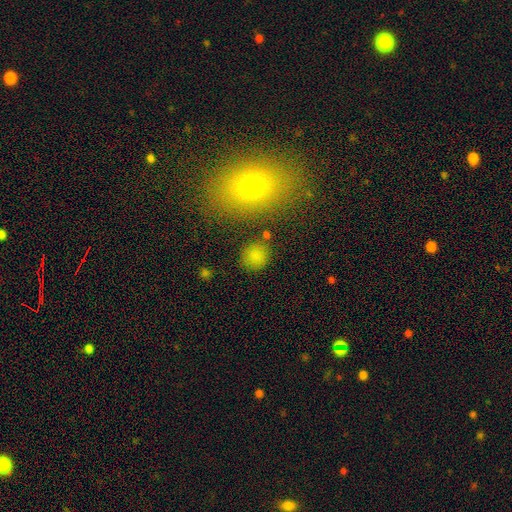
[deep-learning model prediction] Smooth or featured?
  - smooth: 83% *
  - star or artifact: 12%
  - featured or disk: 5%
How rounded?
  - round: 84% *
  - in between: 14%
  - cigar-shaped: 1%
Merging?
  - none: 82% *
  - minor disturbance: 9%
  - merger: 5%
  - major disturbance: 4%